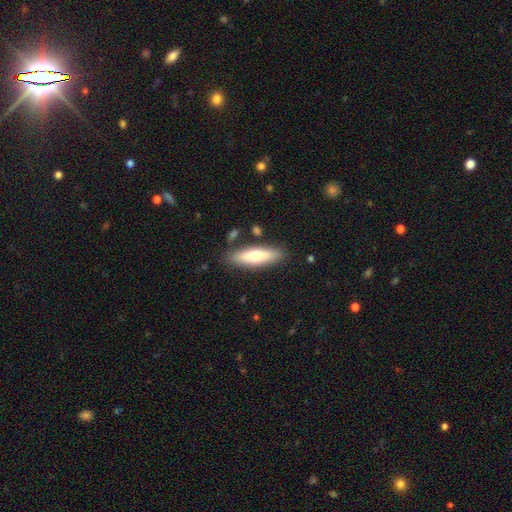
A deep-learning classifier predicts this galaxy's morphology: A smooth galaxy with no disk features (61%) that is cigar-shaped (58%). Merging: none (83%).